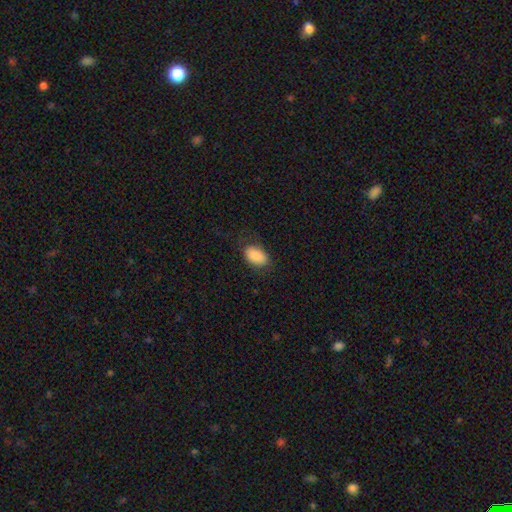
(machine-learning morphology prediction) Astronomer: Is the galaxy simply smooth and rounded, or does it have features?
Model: smooth — 88%.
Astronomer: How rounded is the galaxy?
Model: in between — 91%.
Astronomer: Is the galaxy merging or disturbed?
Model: none — 76%.